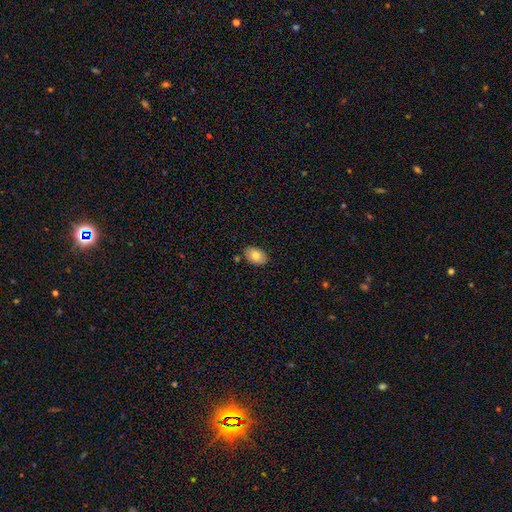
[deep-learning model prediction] Morphology: type=smooth (80%); roundness=in between (88%); merging=none (83%).